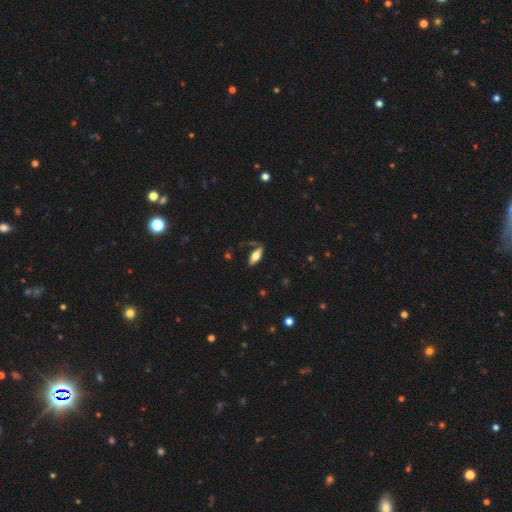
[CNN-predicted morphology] Smooth or featured: smooth — 61% (featured or disk — 32%)
How rounded: in between — 66% (cigar-shaped — 31%)
Merging: none — 72% (minor disturbance — 18%)